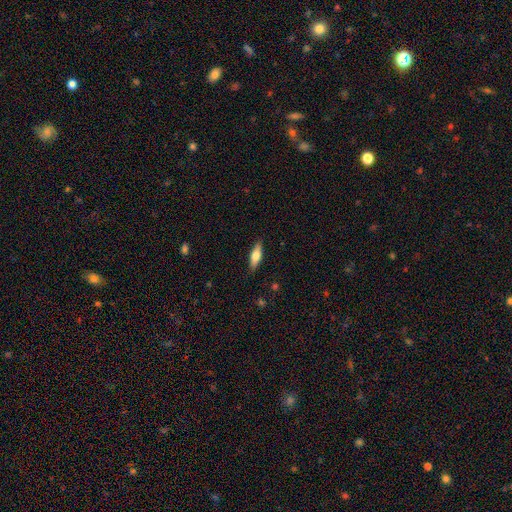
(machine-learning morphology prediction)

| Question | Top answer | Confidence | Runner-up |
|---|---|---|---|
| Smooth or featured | smooth | 62% | featured or disk (32%) |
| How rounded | cigar-shaped | 49% | tied: in between (49%) |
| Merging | none | 87% | minor disturbance (10%) |